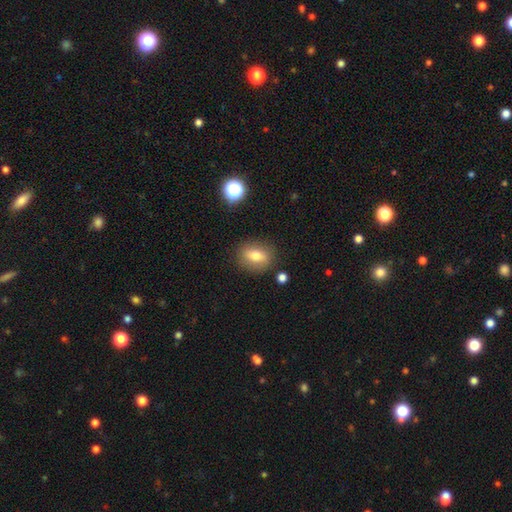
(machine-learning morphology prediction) Smooth or featured: smooth — 68% (featured or disk — 22%)
How rounded: in between — 56% (round — 40%)
Merging: none — 85% (minor disturbance — 10%)